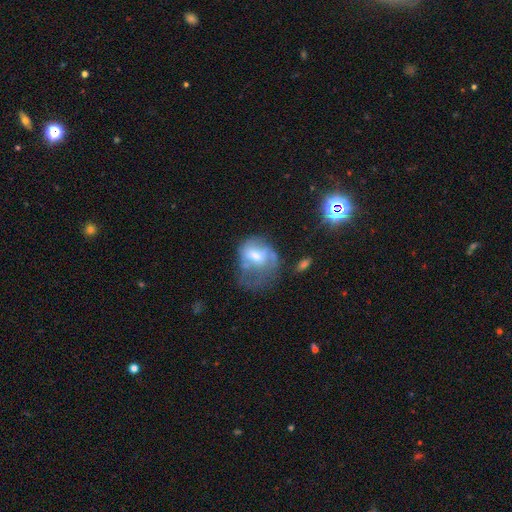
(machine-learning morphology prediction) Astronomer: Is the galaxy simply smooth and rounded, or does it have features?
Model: featured or disk — 45% (runner-up: smooth, 44%).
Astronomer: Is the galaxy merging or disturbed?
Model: major disturbance — 44% (runner-up: minor disturbance, 24%).